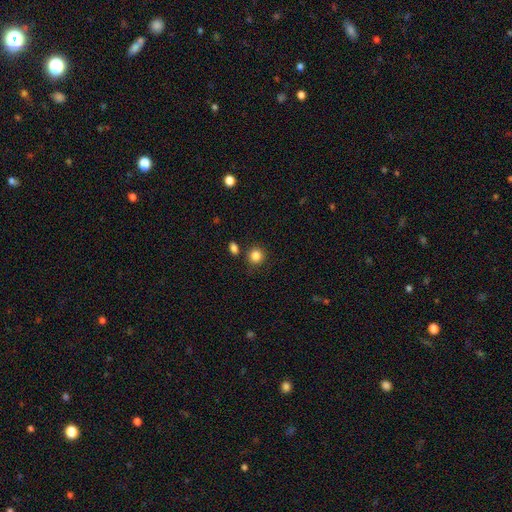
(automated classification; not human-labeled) Smooth or featured? Predicted: smooth (p=0.85). How rounded? Predicted: round (p=0.89). Merging? Predicted: none (p=0.82).